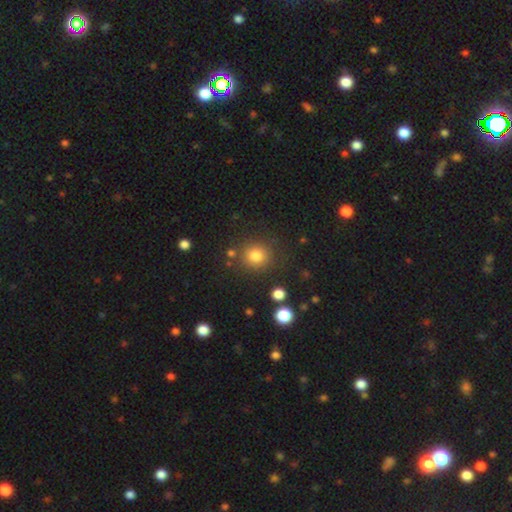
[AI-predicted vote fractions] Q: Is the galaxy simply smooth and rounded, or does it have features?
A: smooth — 81%.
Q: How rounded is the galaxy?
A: round — 88%.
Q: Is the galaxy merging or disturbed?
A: none — 83%.